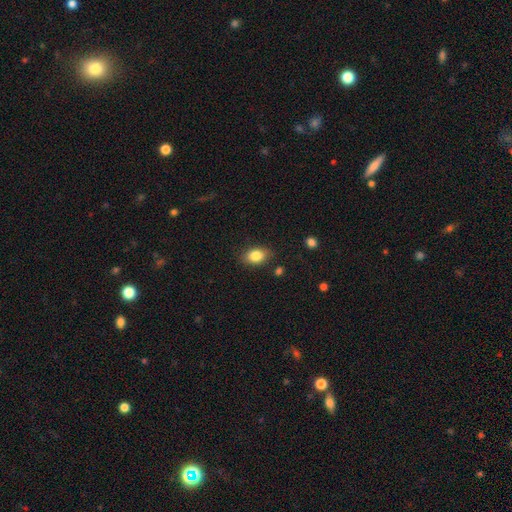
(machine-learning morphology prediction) Smooth or featured? smooth (84%)
How rounded? in between (81%)
Merging? none (83%)